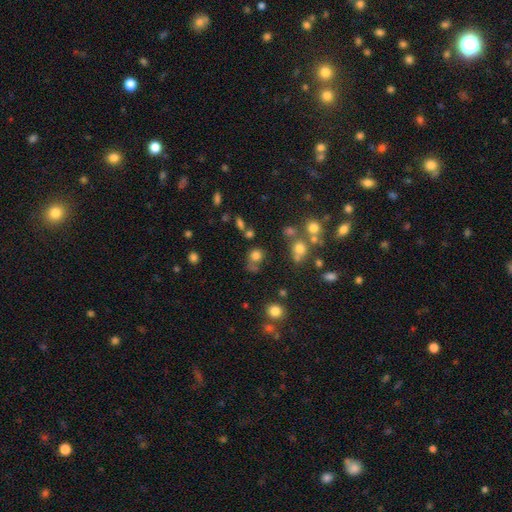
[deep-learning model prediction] smooth-or-featured: smooth: 73% | star or artifact: 18% | featured or disk: 9%
  how-rounded: round: 77% | in between: 22% | cigar-shaped: 1%
  merging: none: 57% | merger: 17% | minor disturbance: 16% | major disturbance: 10%